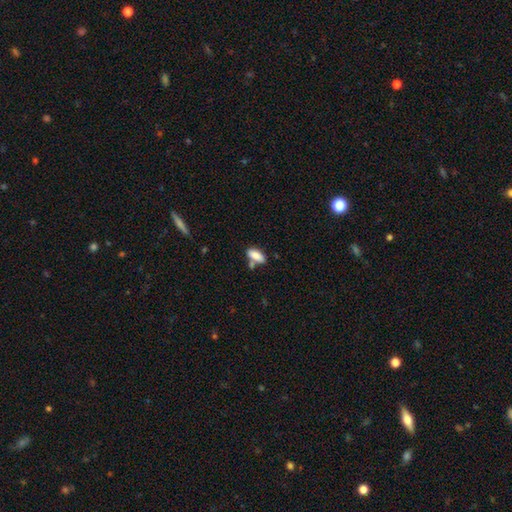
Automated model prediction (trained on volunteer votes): Q: Smooth or featured?
A: smooth (84%); runner-up: featured or disk (9%)
Q: How rounded?
A: in between (81%); runner-up: cigar-shaped (17%)
Q: Merging?
A: none (60%); runner-up: merger (21%)